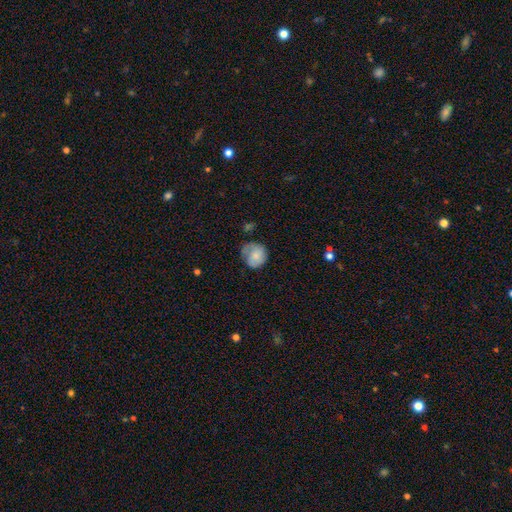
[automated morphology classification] Smooth or featured? Predicted: smooth (p=0.70). How rounded? Predicted: round (p=0.77). Merging? Predicted: none (p=0.45).